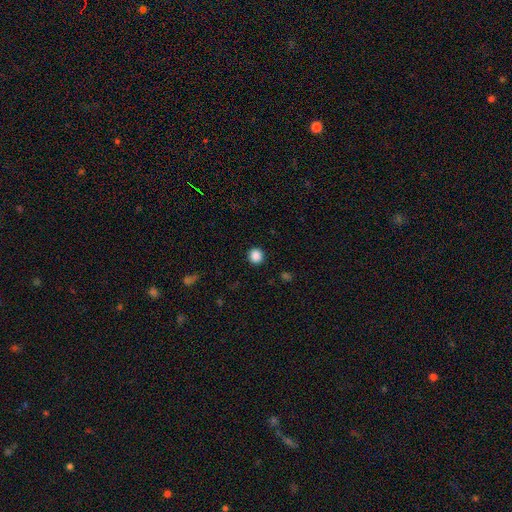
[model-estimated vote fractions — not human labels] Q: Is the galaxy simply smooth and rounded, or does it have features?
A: smooth — 87%.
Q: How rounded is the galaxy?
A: round — 93%.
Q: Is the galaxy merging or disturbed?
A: none — 92%.